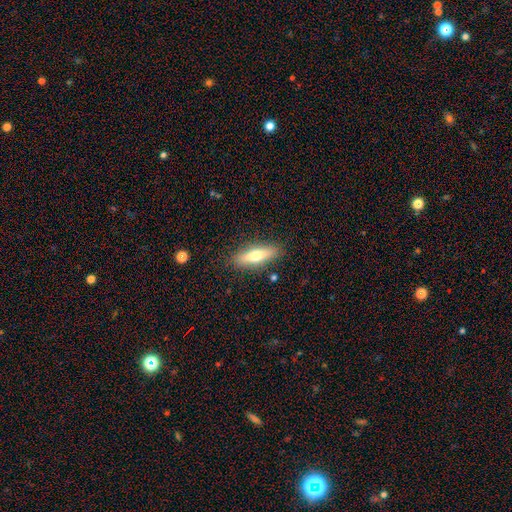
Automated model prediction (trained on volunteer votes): This is possibly a smooth galaxy (60%). How rounded: possibly cigar-shaped (58%). Merging: clearly none (86%).